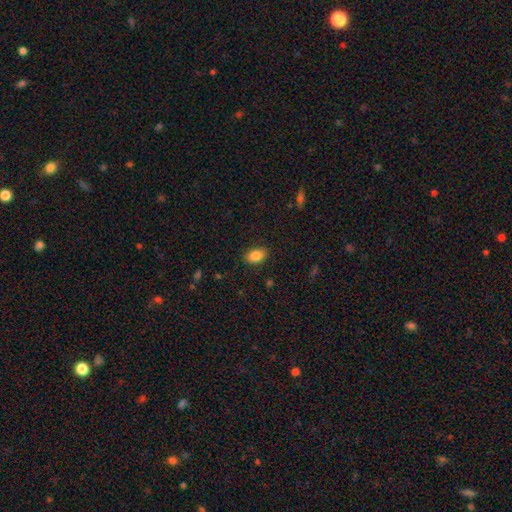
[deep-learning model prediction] Smooth or featured? smooth (85%)
How rounded? in between (89%)
Merging? none (88%)